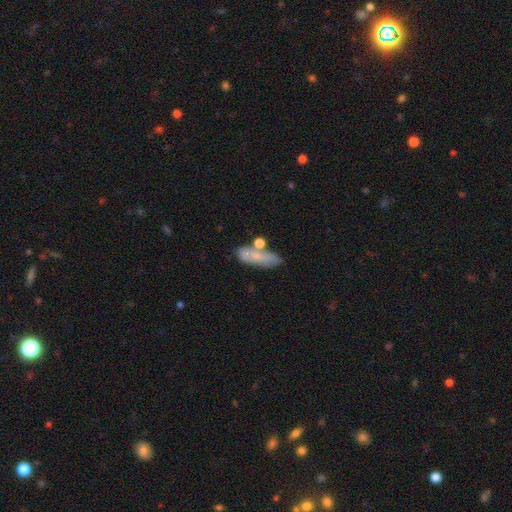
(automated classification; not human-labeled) A smooth galaxy with no disk features (60%) that is in between round and cigar-shaped (59%).

Vote fractions:
- Smooth or featured? smooth: 60% / featured or disk: 31% / star or artifact: 9%
- How rounded? in between: 59% / cigar-shaped: 36% / round: 6%
- Merging? none: 49% / merger: 22% / minor disturbance: 20% / major disturbance: 9%